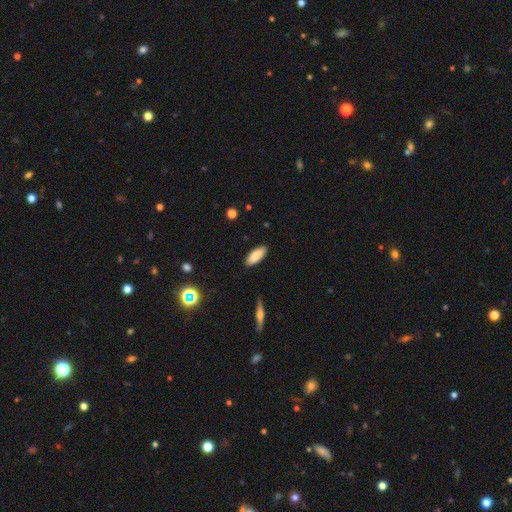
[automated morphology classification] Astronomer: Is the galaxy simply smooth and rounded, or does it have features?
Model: smooth — 85%.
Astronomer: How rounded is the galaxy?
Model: in between — 75%.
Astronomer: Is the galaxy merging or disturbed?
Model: none — 88%.